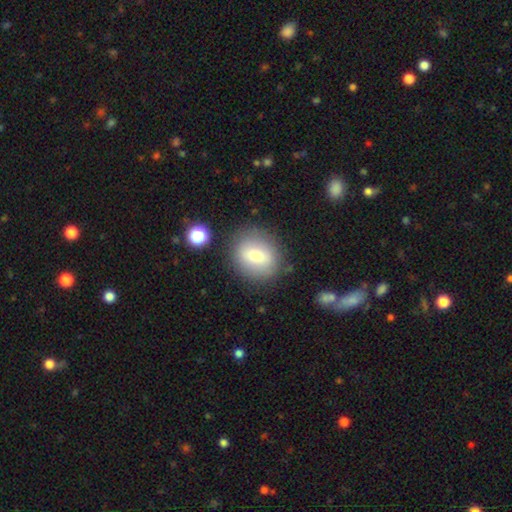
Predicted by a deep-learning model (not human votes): This is likely a smooth galaxy (72%). How rounded: likely round (67%). Merging: clearly none (81%).